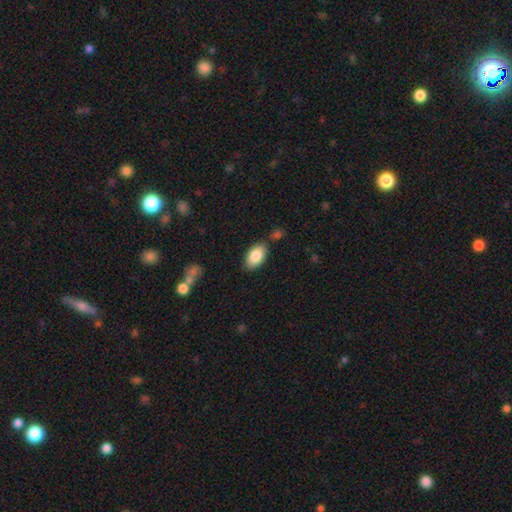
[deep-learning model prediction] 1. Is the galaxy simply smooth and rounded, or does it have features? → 85% smooth, 8% featured or disk, 6% star or artifact.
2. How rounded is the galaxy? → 94% in between, 4% round, 2% cigar-shaped.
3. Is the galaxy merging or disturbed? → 78% none, 14% minor disturbance, 5% merger, 3% major disturbance.